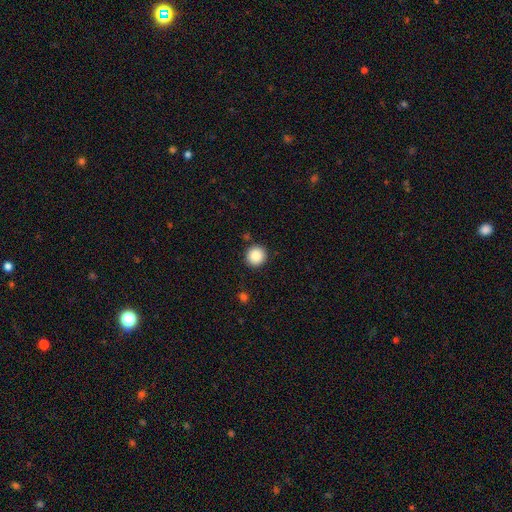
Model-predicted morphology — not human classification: A smooth galaxy with no disk features (88%) that is round (94%). Merging: none (90%).